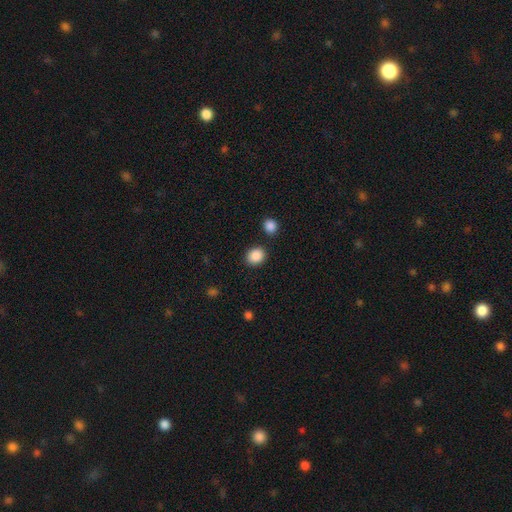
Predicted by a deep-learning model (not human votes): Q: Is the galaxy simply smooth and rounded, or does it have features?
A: smooth — 88%.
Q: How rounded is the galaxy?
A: round — 63%.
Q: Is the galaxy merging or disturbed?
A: none — 85%.